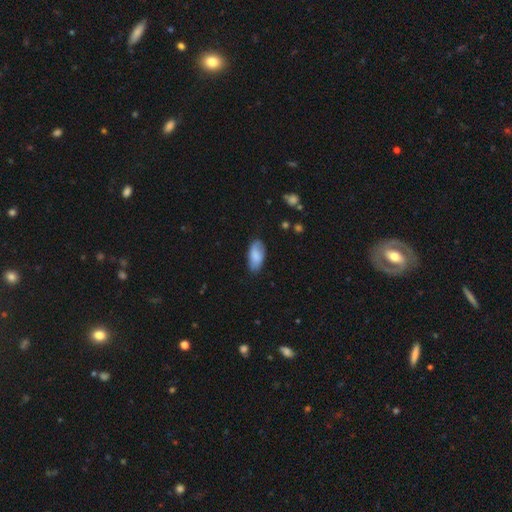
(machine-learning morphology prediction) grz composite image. It shows a smooth galaxy with no disk features (80%) that is in between round and cigar-shaped (92%). Merging: none (74%).